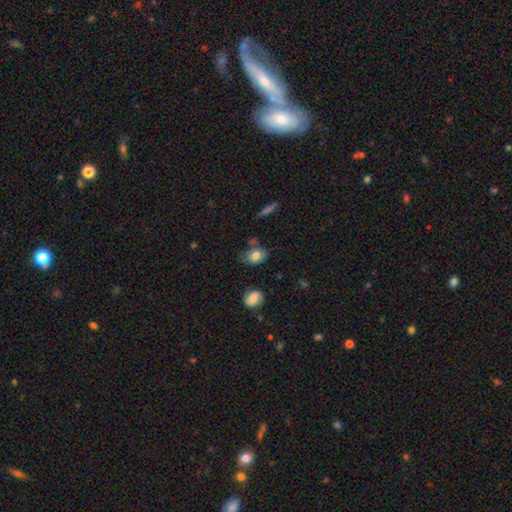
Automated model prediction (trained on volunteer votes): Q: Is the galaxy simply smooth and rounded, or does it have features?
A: smooth — 76%.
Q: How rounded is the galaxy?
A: in between — 77%.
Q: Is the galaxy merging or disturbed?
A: none — 59%.